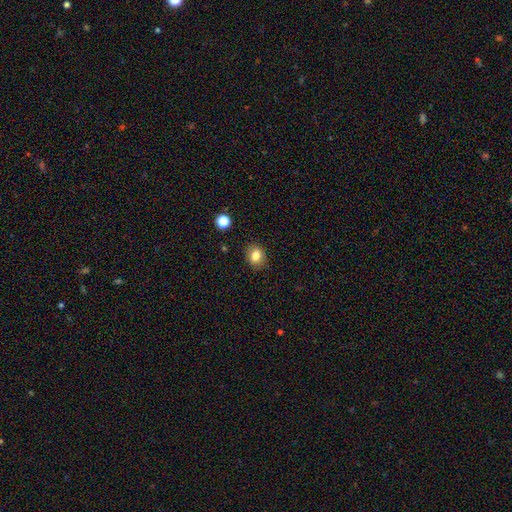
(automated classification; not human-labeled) A smooth galaxy with no disk features (81%) that is round (56%). Merging: none (87%).